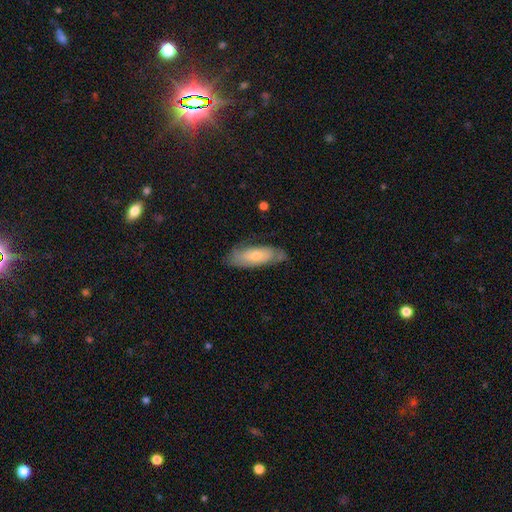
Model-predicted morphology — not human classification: Smooth or featured: smooth — 51% (featured or disk — 43%)
How rounded: in between — 65% (cigar-shaped — 33%)
Merging: none — 68% (minor disturbance — 24%)